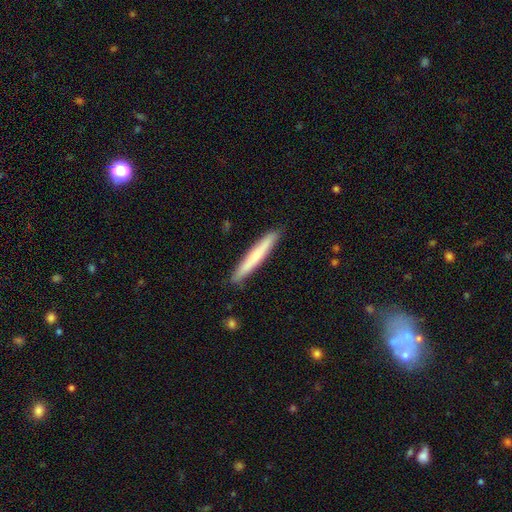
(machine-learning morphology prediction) Overall: smooth (56%; featured or disk 39%). How rounded: cigar-shaped (95%). Merging: none (90%).